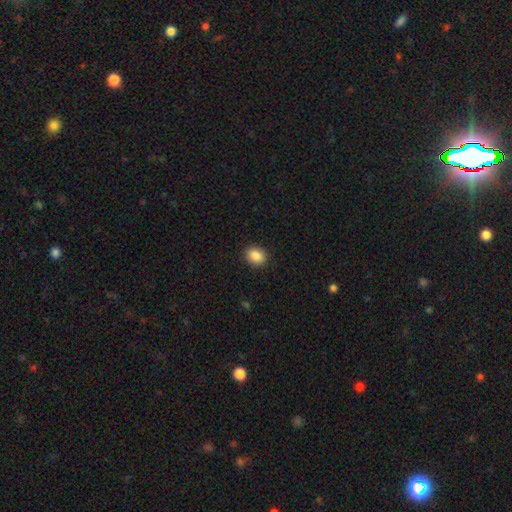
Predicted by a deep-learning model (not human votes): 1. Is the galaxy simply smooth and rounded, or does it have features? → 88% smooth, 8% star or artifact, 3% featured or disk.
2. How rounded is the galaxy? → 55% in between, 44% round, 1% cigar-shaped.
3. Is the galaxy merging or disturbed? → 91% none, 7% minor disturbance, 2% major disturbance, 1% merger.